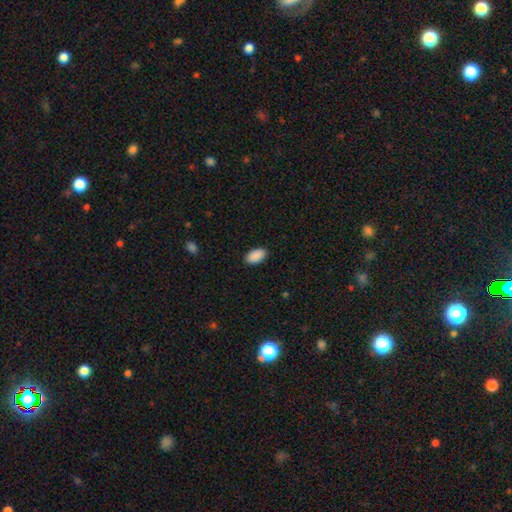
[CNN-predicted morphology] The model was most divided on "merging": none: 89%, minor disturbance: 8%, major disturbance: 2%, merger: 1%. More confident: how rounded — in between (95%); smooth or featured — smooth (91%).